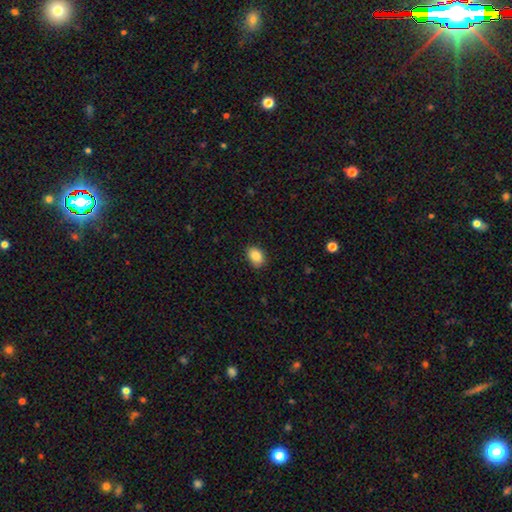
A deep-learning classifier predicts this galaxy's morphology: This is clearly a smooth galaxy (87%). How rounded: likely in between (78%). Merging: clearly none (83%).